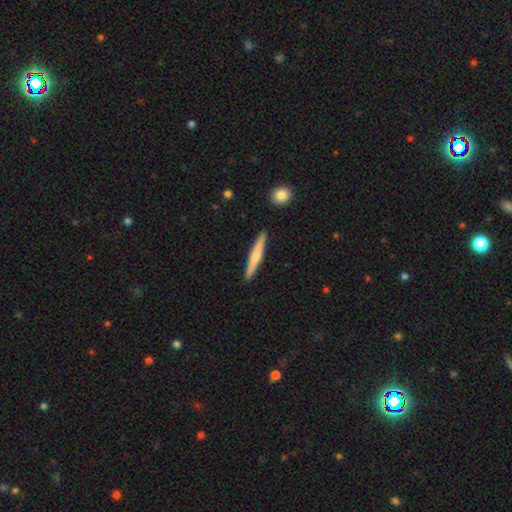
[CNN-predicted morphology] The model was most divided on "smooth or featured": smooth: 53%, featured or disk: 42%, star or artifact: 5%. More confident: how rounded — cigar-shaped (95%); merging — none (91%).